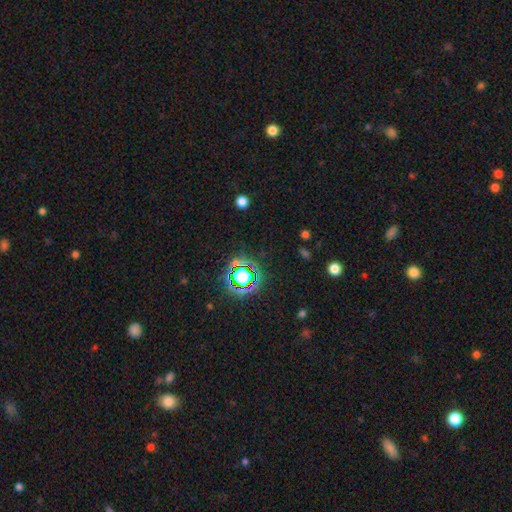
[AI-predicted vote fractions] smooth-or-featured: star or artifact: 72% | smooth: 19% | featured or disk: 8%